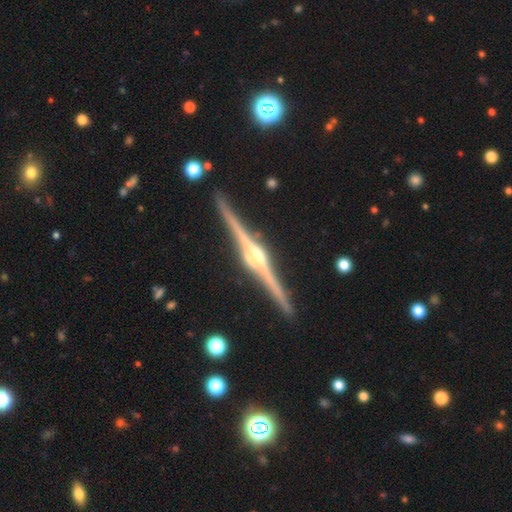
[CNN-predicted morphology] Overall: featured or disk (92%). Edge-on disk: yes (99%). Edge-on bulge: rounded (91%). Merging: none (93%).